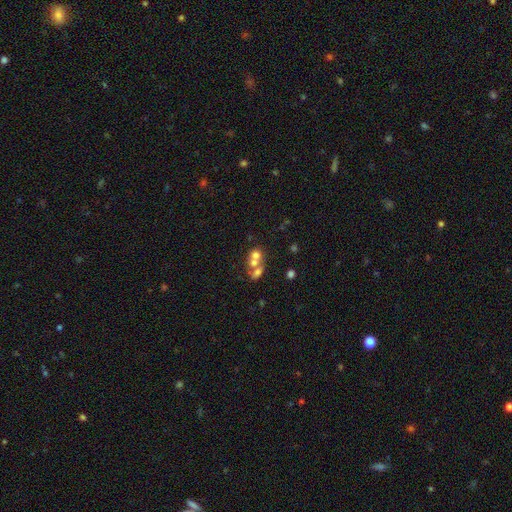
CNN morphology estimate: smooth_or_featured: smooth (p=0.59) [alt: featured or disk p=0.26]
how_rounded: round (p=0.60) [alt: in between p=0.39]
merging: merger (p=0.65) [alt: none p=0.24]